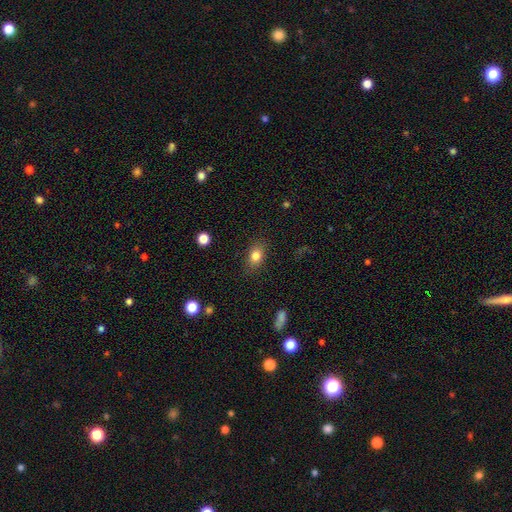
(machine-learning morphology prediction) Smooth or featured: smooth — 81% (star or artifact — 10%)
How rounded: in between — 72% (round — 26%)
Merging: none — 85% (minor disturbance — 11%)